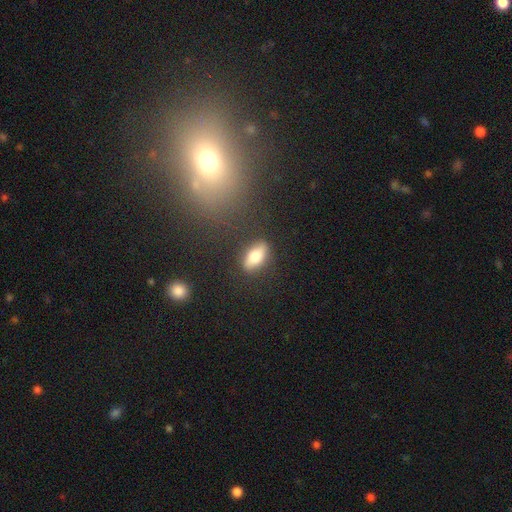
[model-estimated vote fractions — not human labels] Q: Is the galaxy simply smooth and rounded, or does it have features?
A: smooth — 72%.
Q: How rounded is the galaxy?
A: in between — 78%.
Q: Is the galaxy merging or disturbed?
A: none — 83%.